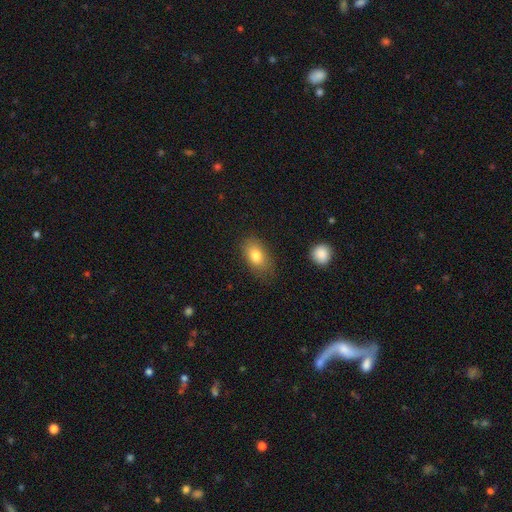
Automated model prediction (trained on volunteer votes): smooth_or_featured: smooth (p=0.80) [alt: featured or disk p=0.11]
how_rounded: in between (p=0.86) [alt: round p=0.12]
merging: none (p=0.75) [alt: minor disturbance p=0.18]